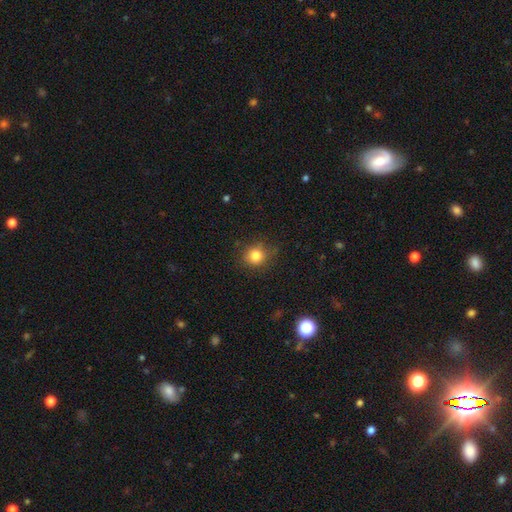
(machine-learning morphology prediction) Q: Smooth or featured?
A: smooth (81%); runner-up: star or artifact (12%)
Q: How rounded?
A: round (83%); runner-up: in between (16%)
Q: Merging?
A: none (80%); runner-up: minor disturbance (14%)